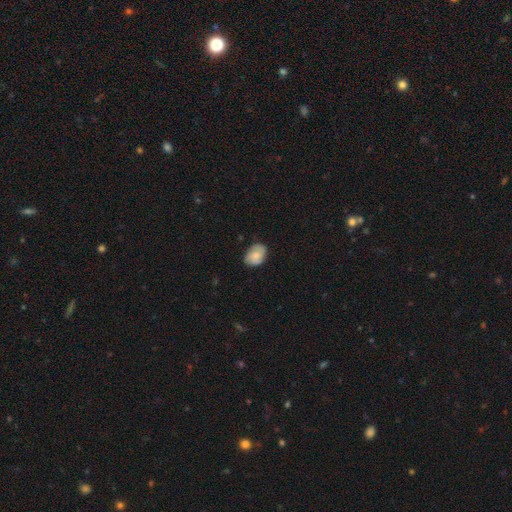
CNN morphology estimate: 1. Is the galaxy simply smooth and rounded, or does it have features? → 68% smooth, 25% featured or disk, 7% star or artifact.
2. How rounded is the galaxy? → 72% in between, 27% round, 1% cigar-shaped.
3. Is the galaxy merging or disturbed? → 73% none, 22% minor disturbance, 4% major disturbance, 1% merger.